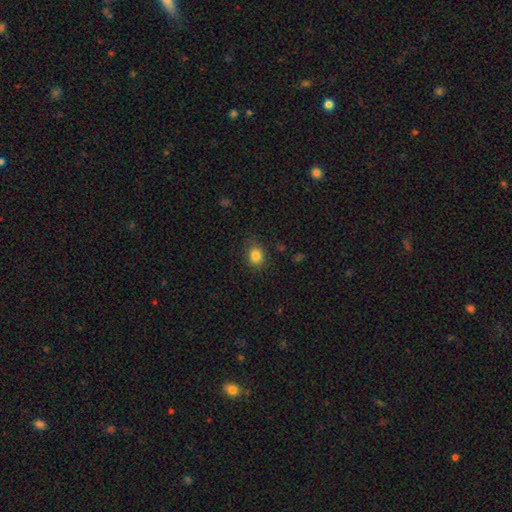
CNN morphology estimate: Smooth or featured?
  - smooth: 83% *
  - star or artifact: 11%
  - featured or disk: 6%
How rounded?
  - round: 67% *
  - in between: 32%
  - cigar-shaped: 1%
Merging?
  - none: 85% *
  - minor disturbance: 11%
  - major disturbance: 3%
  - merger: 1%